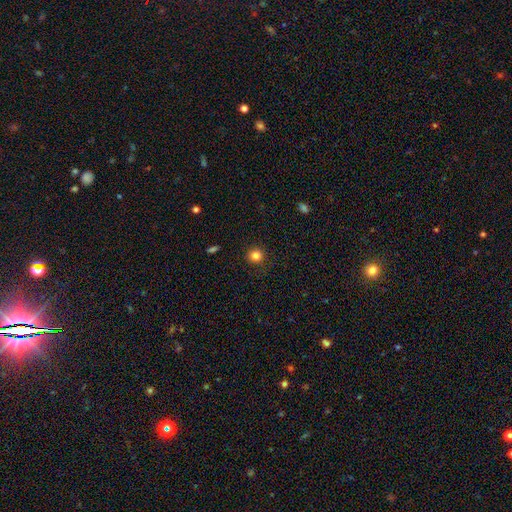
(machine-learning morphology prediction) This appears to be a smooth galaxy with no disk features (84%) that is round (91%). Merging: none (90%).